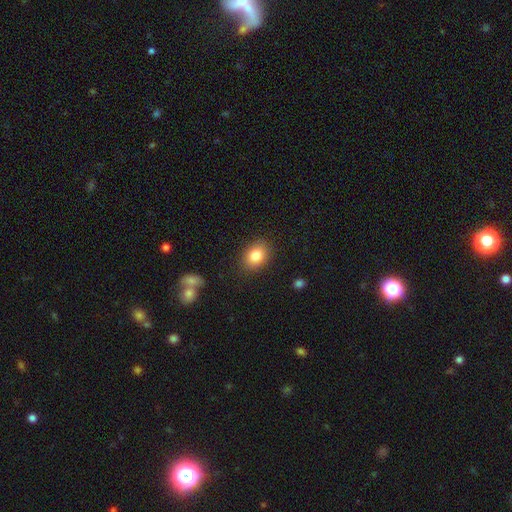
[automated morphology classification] This appears to be a smooth galaxy with no disk features (83%) that is in between round and cigar-shaped (63%). Merging: none (85%).